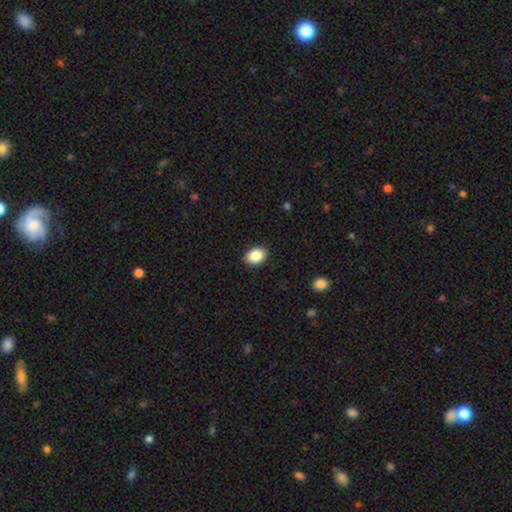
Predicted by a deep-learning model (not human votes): Morphology: type=smooth (88%); roundness=in between (75%); merging=none (89%).